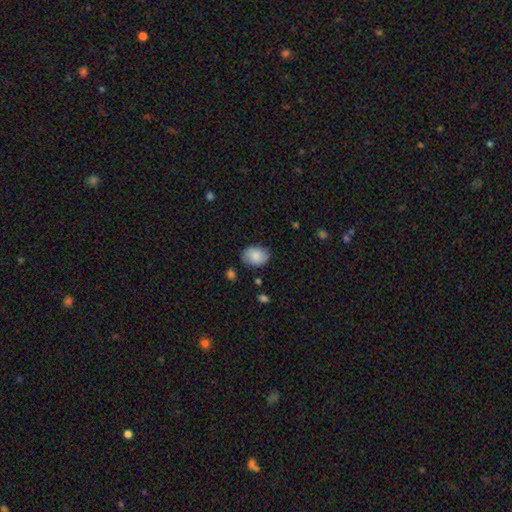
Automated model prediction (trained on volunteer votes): Smooth or featured?
  - smooth: 82% *
  - featured or disk: 11%
  - star or artifact: 7%
How rounded?
  - in between: 70% *
  - round: 29%
  - cigar-shaped: 1%
Merging?
  - none: 81% *
  - minor disturbance: 15%
  - major disturbance: 3%
  - merger: 2%